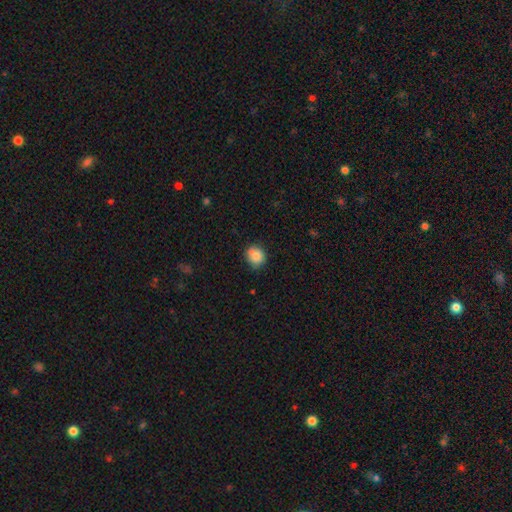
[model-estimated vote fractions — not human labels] Overall: smooth (86%). How rounded: round (75%). Merging: none (75%).